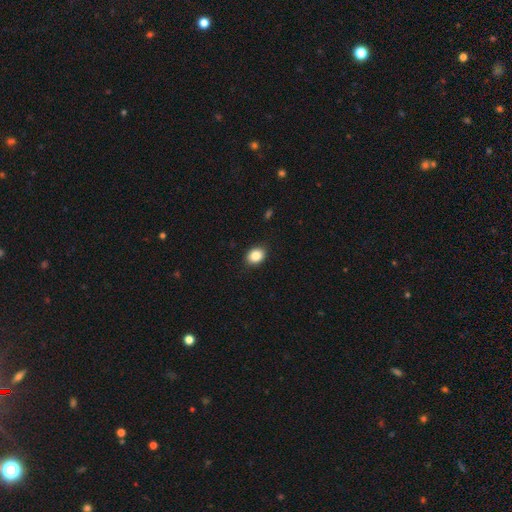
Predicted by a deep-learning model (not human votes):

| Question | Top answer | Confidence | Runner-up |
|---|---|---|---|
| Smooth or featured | smooth | 87% | star or artifact (9%) |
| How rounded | in between | 60% | round (39%) |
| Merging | none | 89% | minor disturbance (8%) |